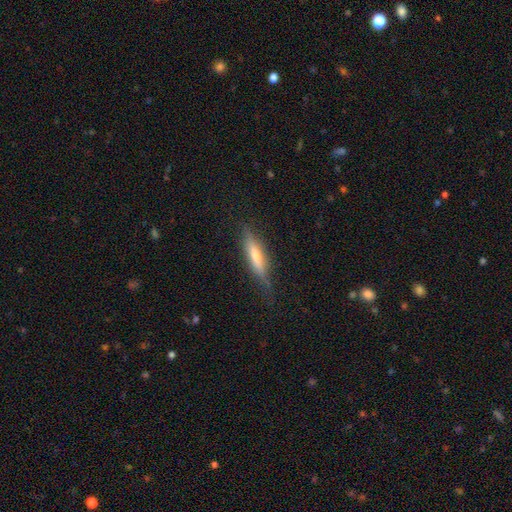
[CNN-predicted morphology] Q: Smooth or featured?
A: featured or disk (50%); runner-up: smooth (42%)
Q: Edge-on disk?
A: yes (91%); runner-up: no (9%)
Q: Merging?
A: none (77%); runner-up: minor disturbance (17%)